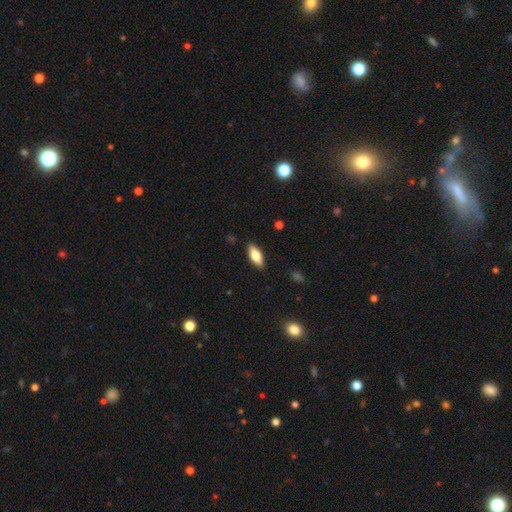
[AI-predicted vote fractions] Overall: smooth (68%). How rounded: in between (75%). Merging: none (88%).